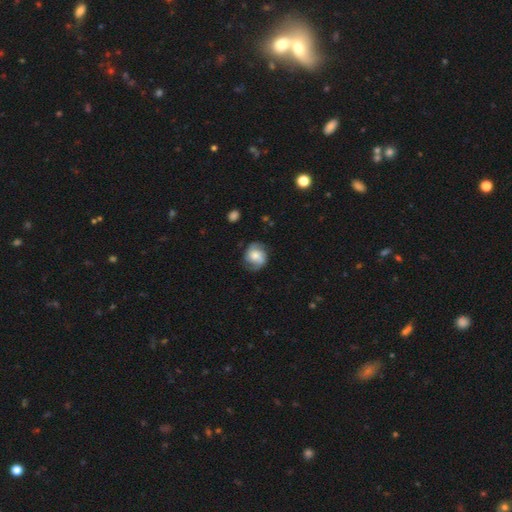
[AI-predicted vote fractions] Morphology: type=featured or disk (54%); edge-on=no (97%); bar=no (63%); spiral arms=yes (88%); bulge=moderate (46%); merging=none (70%).